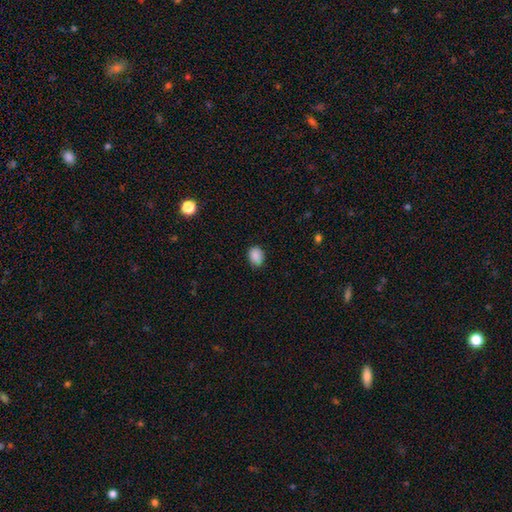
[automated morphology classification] The model was most divided on "how rounded": in between: 67%, round: 32%, cigar-shaped: 1%. More confident: smooth or featured — smooth (89%); merging — none (83%).